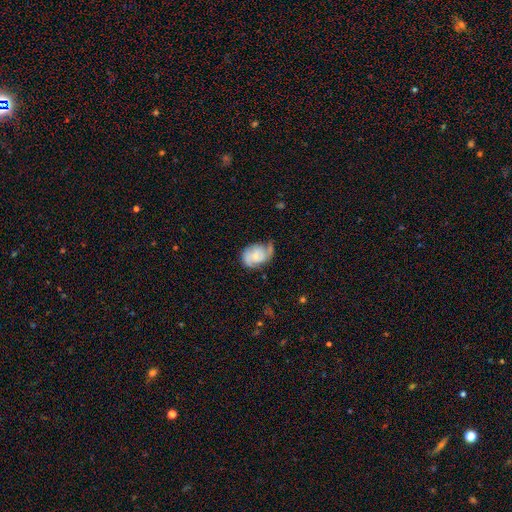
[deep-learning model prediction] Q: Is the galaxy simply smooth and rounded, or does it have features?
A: featured or disk — 53%.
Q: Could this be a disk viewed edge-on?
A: no — 97%.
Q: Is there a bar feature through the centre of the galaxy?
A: no — 68%.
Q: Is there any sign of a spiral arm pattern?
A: yes — 82%.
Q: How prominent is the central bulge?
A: small — 60%.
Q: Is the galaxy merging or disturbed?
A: none — 41%.